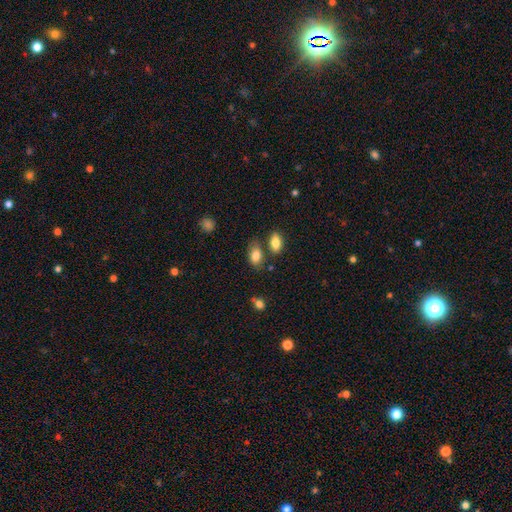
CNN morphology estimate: Overall: smooth (83%). How rounded: in between (88%). Merging: none (64%).